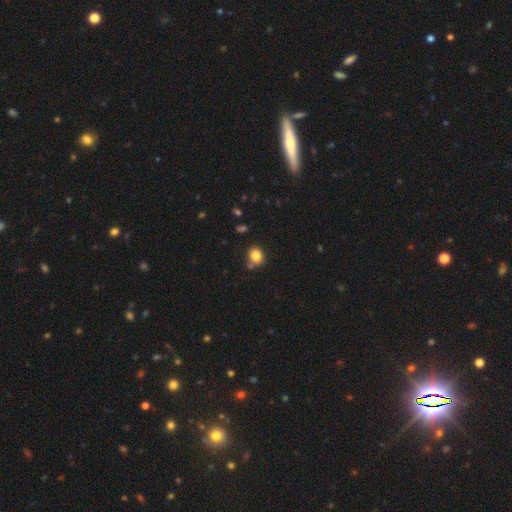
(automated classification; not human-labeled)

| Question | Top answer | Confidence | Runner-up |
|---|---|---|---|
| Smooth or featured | smooth | 83% | star or artifact (11%) |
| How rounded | round | 67% | in between (32%) |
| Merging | none | 69% | minor disturbance (15%) |